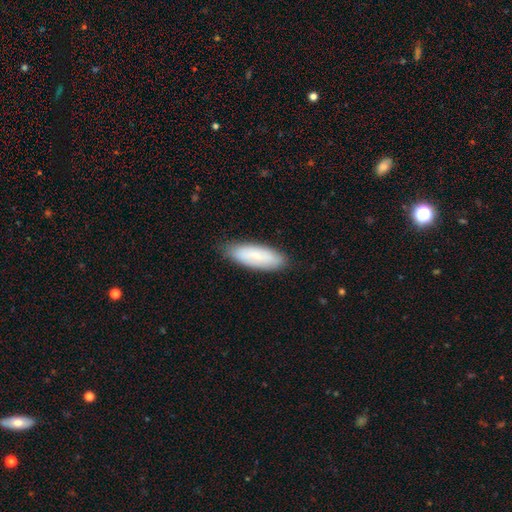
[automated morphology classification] A smooth galaxy with no disk features (75%) that is in between round and cigar-shaped (64%). Merging: none (83%).